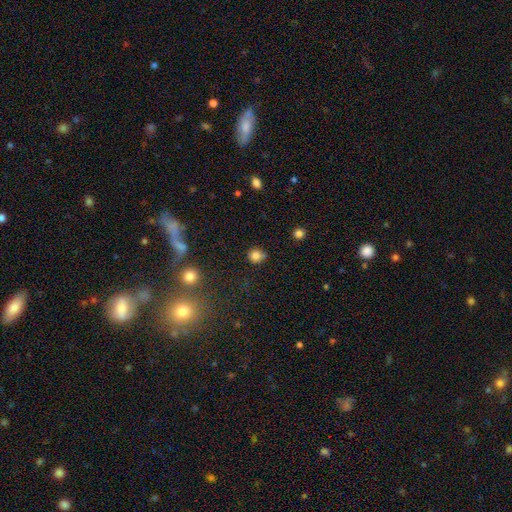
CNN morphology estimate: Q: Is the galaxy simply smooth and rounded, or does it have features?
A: smooth — 81%.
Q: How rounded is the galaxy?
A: round — 85%.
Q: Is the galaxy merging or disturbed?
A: none — 69%.